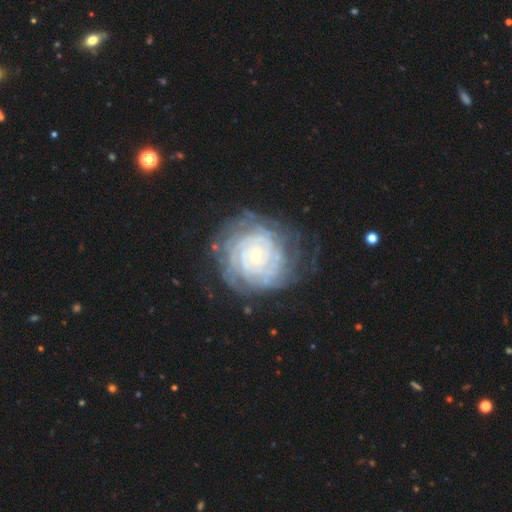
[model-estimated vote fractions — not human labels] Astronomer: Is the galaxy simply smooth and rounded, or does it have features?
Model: featured or disk — 87%.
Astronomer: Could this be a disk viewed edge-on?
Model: no — 98%.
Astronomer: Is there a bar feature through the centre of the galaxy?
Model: no — 72%.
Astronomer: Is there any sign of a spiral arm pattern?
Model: yes — 96%.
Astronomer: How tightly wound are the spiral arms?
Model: tight — 87%.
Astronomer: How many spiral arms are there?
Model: can't tell — 39% (runner-up: more than 4, 17%).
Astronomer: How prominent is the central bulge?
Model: small — 77%.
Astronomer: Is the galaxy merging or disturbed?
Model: none — 74%.